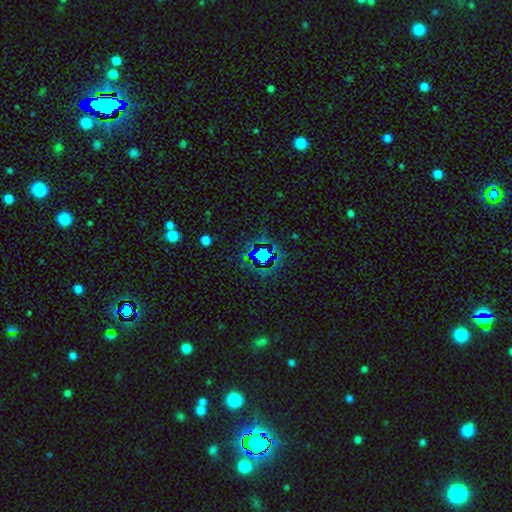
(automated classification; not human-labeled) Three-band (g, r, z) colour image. It shows a star or artifact, not a galaxy (68%).